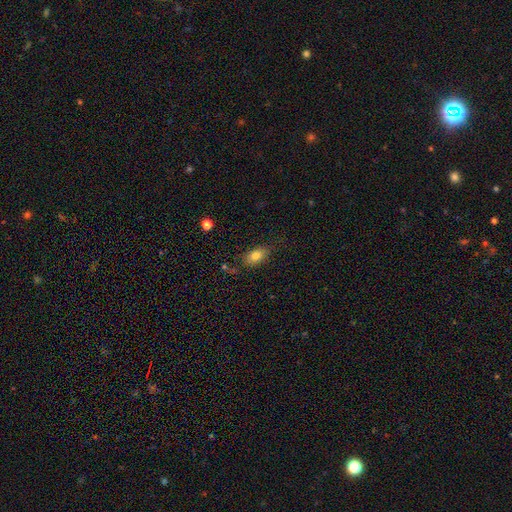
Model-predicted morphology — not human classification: Smooth or featured? Predicted: smooth (p=0.80). How rounded? Predicted: in between (p=0.85). Merging? Predicted: none (p=0.77).